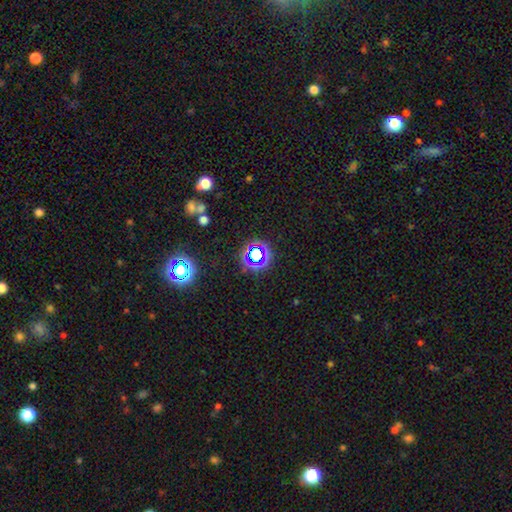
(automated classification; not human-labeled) Overall: star or artifact (63%; smooth 25%).